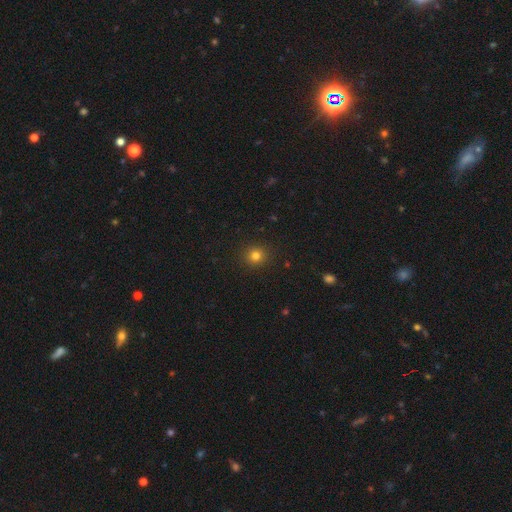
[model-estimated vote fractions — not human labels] A smooth galaxy with no disk features (80%) that is round (89%). Merging: none (91%).